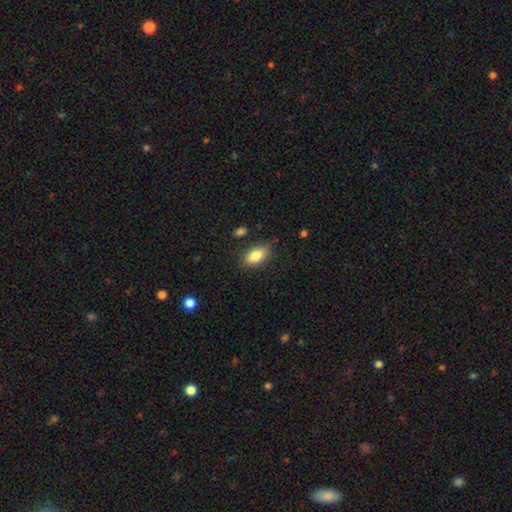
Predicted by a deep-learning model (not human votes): The model was most divided on "merging": none: 76%, minor disturbance: 18%, major disturbance: 4%, merger: 2%. More confident: how rounded — in between (88%); smooth or featured — smooth (82%).